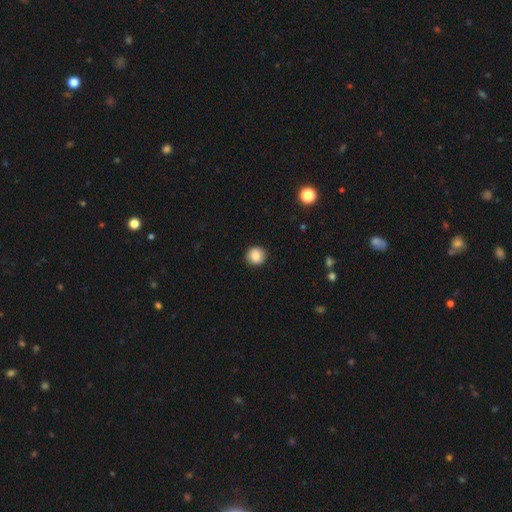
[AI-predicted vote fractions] This appears to be a smooth galaxy with no disk features (86%) that is round (90%). Merging: none (91%).